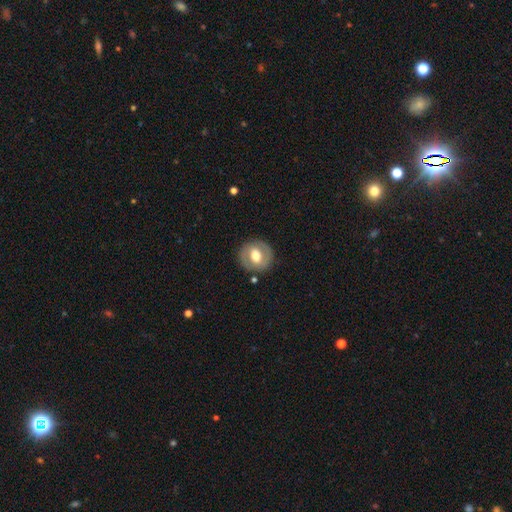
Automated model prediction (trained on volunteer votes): Q: Smooth or featured?
A: smooth (48%); runner-up: featured or disk (45%)
Q: Merging?
A: none (84%); runner-up: minor disturbance (10%)